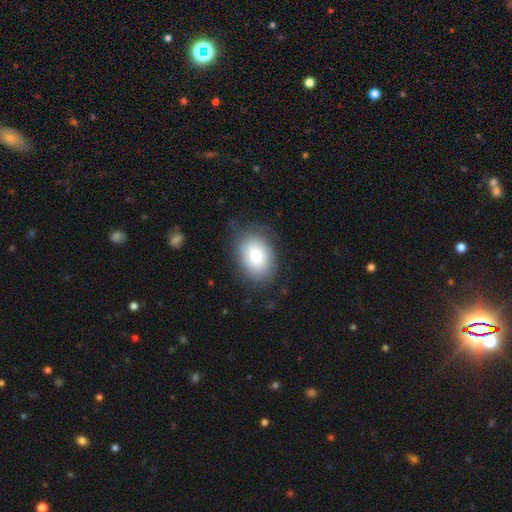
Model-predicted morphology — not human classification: Q: Smooth or featured?
A: smooth (76%); runner-up: featured or disk (16%)
Q: How rounded?
A: in between (74%); runner-up: round (25%)
Q: Merging?
A: none (75%); runner-up: minor disturbance (18%)